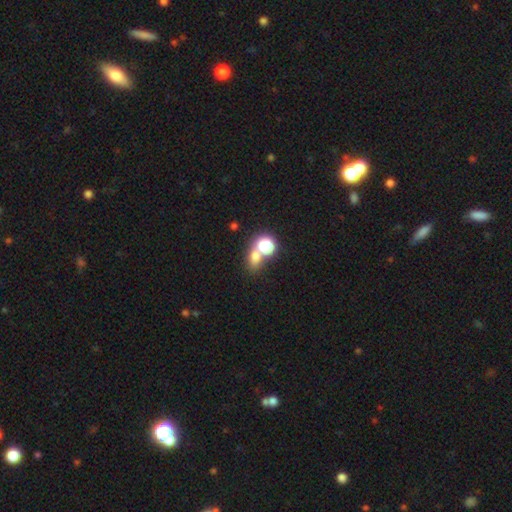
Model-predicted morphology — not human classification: Smooth or featured?
  - smooth: 66% *
  - star or artifact: 21%
  - featured or disk: 12%
How rounded?
  - round: 54% *
  - in between: 44%
  - cigar-shaped: 2%
Merging?
  - merger: 47% *
  - none: 41%
  - minor disturbance: 7%
  - major disturbance: 5%